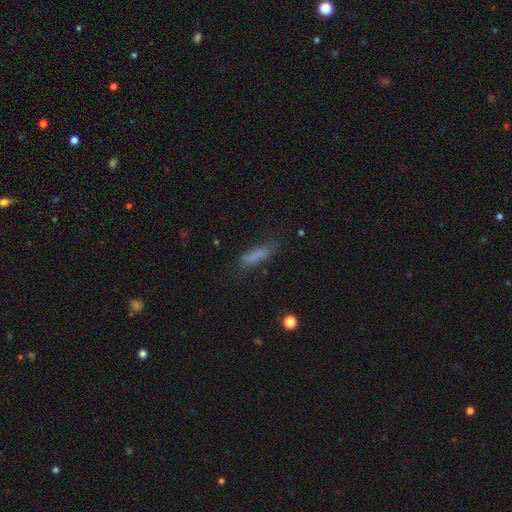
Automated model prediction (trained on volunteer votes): This appears to be a smooth galaxy with no disk features (77%) that is cigar-shaped (69%). Merging: none (69%).